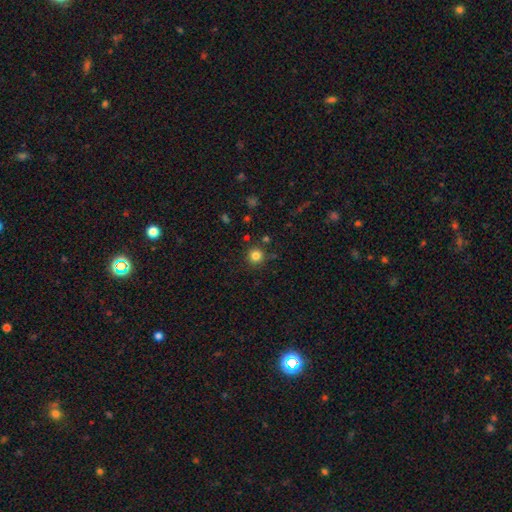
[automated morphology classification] smooth_or_featured: smooth (p=0.82) [alt: star or artifact p=0.13]
how_rounded: round (p=0.94) [alt: in between p=0.05]
merging: none (p=0.87) [alt: minor disturbance p=0.07]